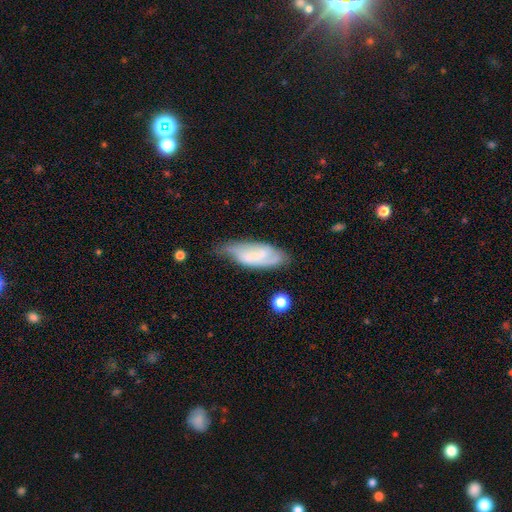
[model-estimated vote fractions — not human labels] Smooth or featured? Predicted: featured or disk (p=0.57). Edge-on disk? Predicted: no (p=0.88). Bar? Predicted: weak (p=0.43). Spiral arms? Predicted: yes (p=0.85). Bulge size? Predicted: small (p=0.52). Merging? Predicted: none (p=0.54).